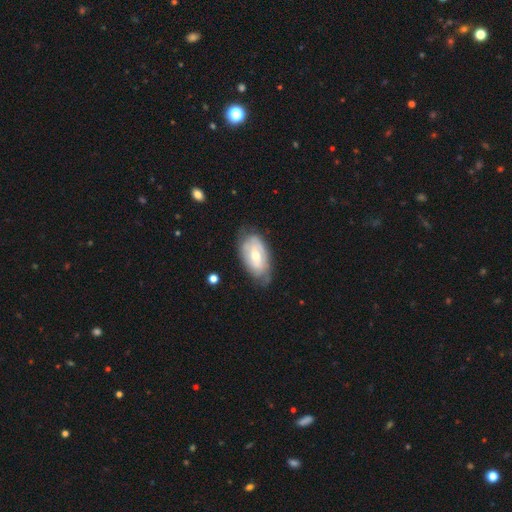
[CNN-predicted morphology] Smooth or featured?
  - featured or disk: 60% *
  - smooth: 35%
  - star or artifact: 6%
Edge-on disk?
  - no: 92% *
  - yes: 8%
Bar?
  - no: 55% *
  - weak: 35%
  - strong: 9%
Spiral arms?
  - yes: 69% *
  - no: 31%
Bulge size?
  - moderate: 60% *
  - small: 33%
  - large: 5%
  - none: 1%
  - dominant: 1%
Merging?
  - none: 63% *
  - minor disturbance: 27%
  - major disturbance: 8%
  - merger: 2%